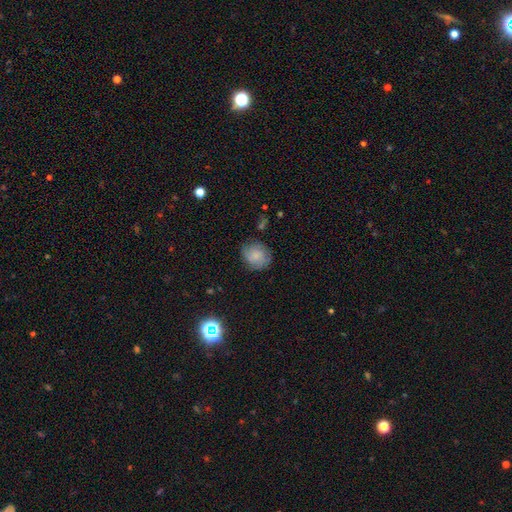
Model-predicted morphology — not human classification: The model was most divided on "how rounded": round: 76%, in between: 23%, cigar-shaped: 1%. More confident: merging — none (73%); smooth or featured — smooth (73%).